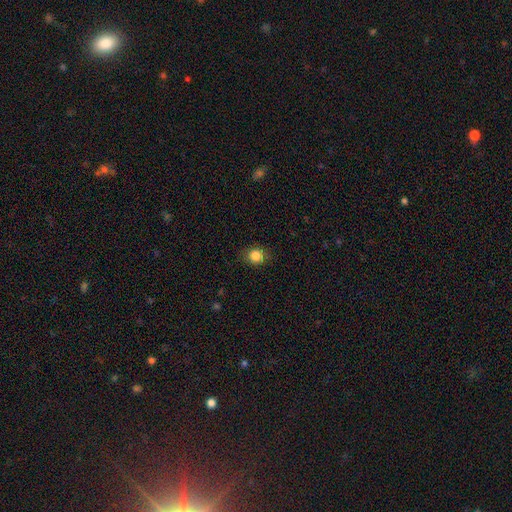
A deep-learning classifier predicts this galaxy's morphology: smooth 84%, star or artifact 11%, featured or disk 5%. Down the decision tree: how rounded — round (78%); merging — none (85%).